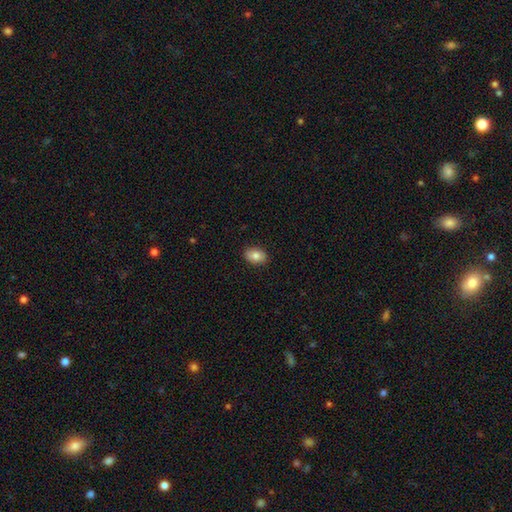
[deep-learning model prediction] Overall: smooth (83%). How rounded: in between (79%). Merging: none (89%).